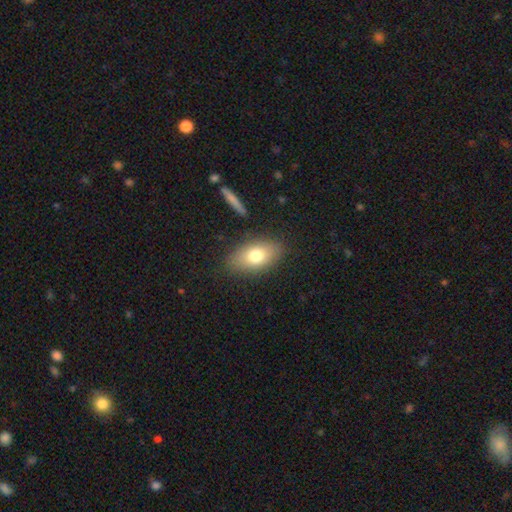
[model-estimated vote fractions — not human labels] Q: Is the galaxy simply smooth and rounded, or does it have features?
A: smooth — 75%.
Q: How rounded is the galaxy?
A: in between — 90%.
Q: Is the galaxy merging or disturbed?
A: none — 83%.